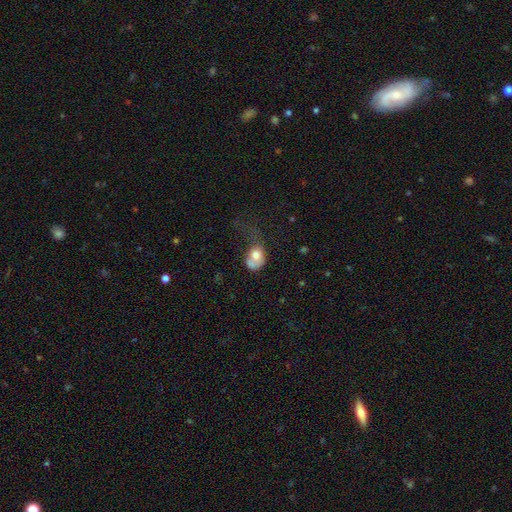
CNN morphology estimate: Q: Smooth or featured?
A: smooth (69%); runner-up: featured or disk (22%)
Q: How rounded?
A: in between (60%); runner-up: round (39%)
Q: Merging?
A: major disturbance (49%); runner-up: minor disturbance (22%)